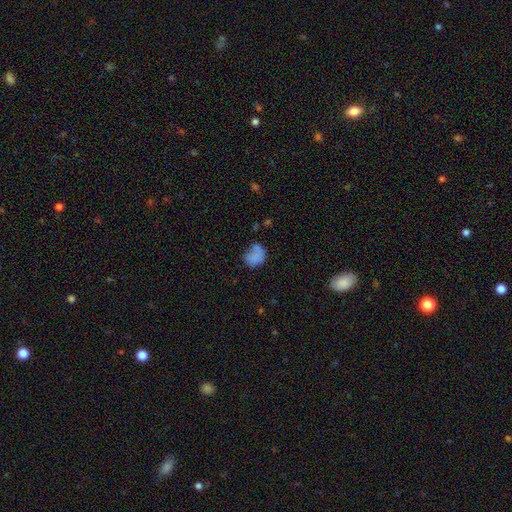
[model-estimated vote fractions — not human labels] A smooth galaxy with no disk features (75%) that is round (58%). Merging: none (45%).